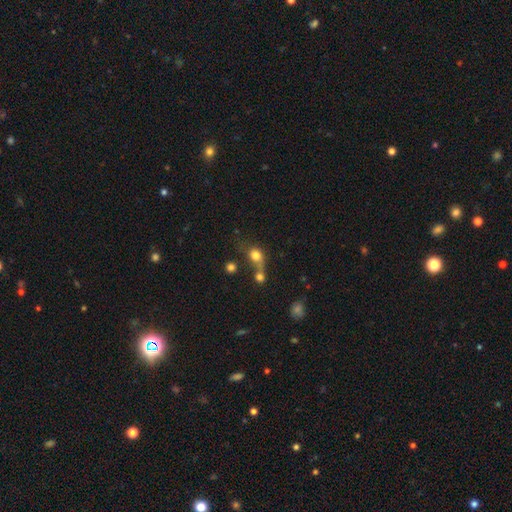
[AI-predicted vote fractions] smooth 76%, featured or disk 13%, star or artifact 12%. Down the decision tree: how rounded — round (65%); merging — merger (45%).